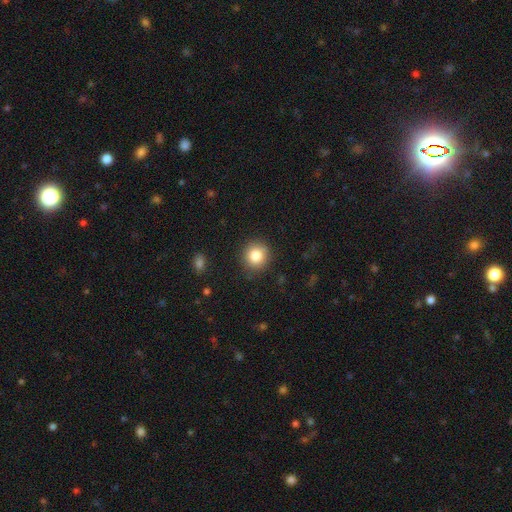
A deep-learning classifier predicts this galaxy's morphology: smooth 83%, star or artifact 10%, featured or disk 7%. Down the decision tree: how rounded — round (90%); merging — none (87%).